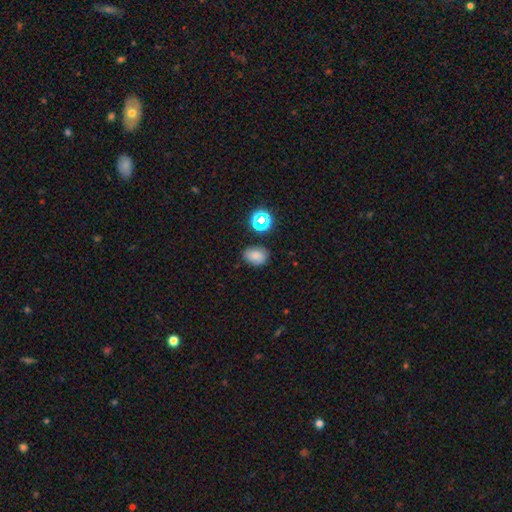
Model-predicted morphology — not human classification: Smooth or featured? smooth (76%)
How rounded? in between (71%)
Merging? none (77%)